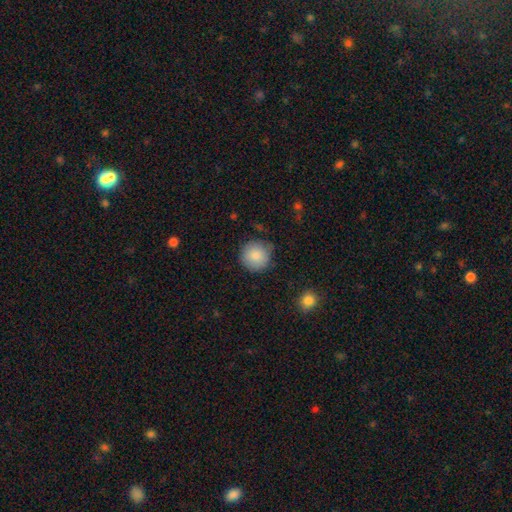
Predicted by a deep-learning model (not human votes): smooth 86%, star or artifact 7%, featured or disk 7%. Down the decision tree: how rounded — round (95%); merging — none (78%).